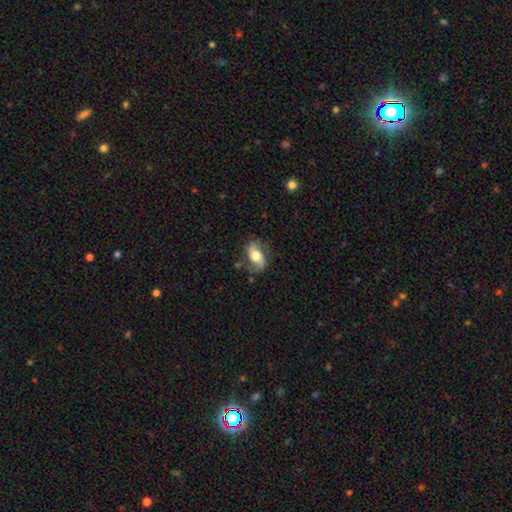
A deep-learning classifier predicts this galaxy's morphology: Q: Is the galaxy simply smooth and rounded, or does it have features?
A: featured or disk — 54%.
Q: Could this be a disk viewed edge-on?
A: no — 91%.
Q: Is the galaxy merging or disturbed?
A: none — 65%.